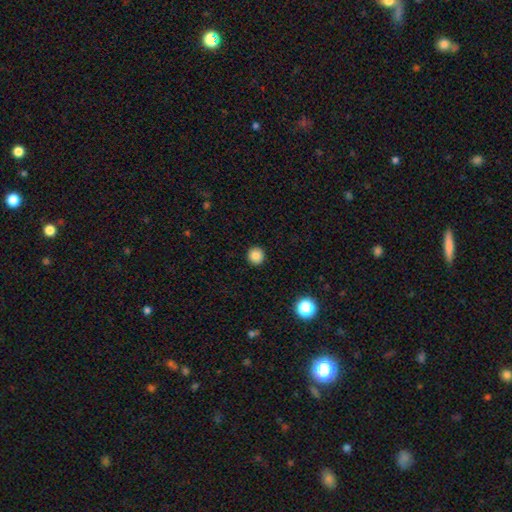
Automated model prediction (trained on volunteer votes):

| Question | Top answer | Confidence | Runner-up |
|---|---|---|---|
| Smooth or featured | smooth | 85% | star or artifact (10%) |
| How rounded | round | 94% | in between (5%) |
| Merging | none | 93% | minor disturbance (5%) |